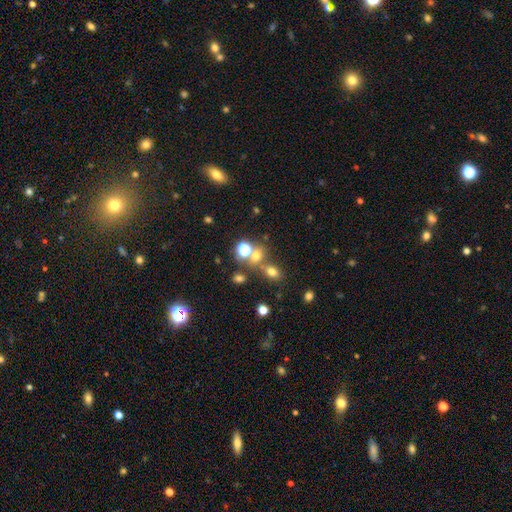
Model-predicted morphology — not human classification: Smooth or featured? smooth (60%)
How rounded? round (61%)
Merging? none (52%)